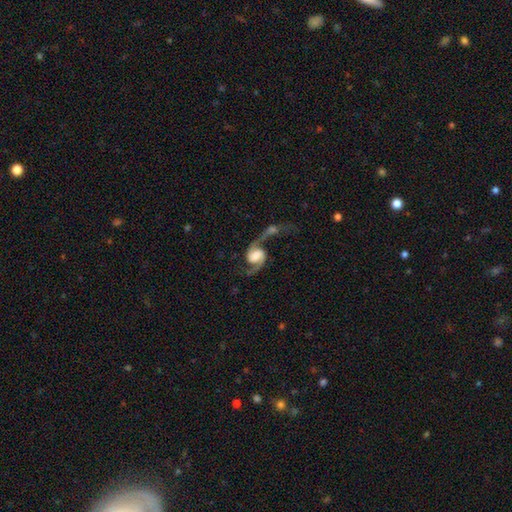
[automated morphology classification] Smooth or featured? Predicted: featured or disk (p=0.88). Edge-on disk? Predicted: no (p=0.98). Bar? Predicted: weak (p=0.42). Spiral arms? Predicted: yes (p=0.97). Spiral winding? Predicted: loose (p=0.69). Spiral arm count? Predicted: 2 (p=0.92). Bulge size? Predicted: large (p=0.42). Merging? Predicted: none (p=0.41).